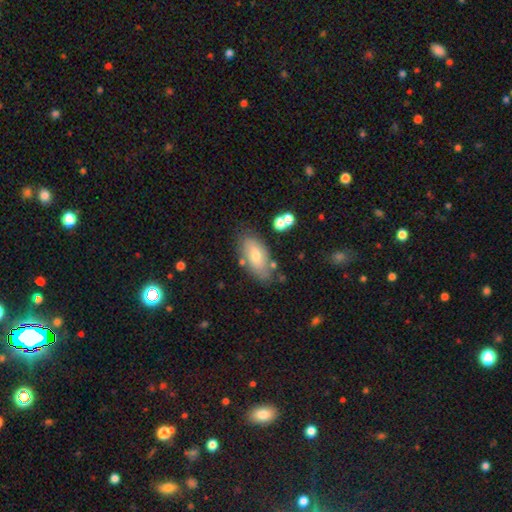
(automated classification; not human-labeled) This is likely a smooth galaxy (68%). How rounded: clearly in between (89%). Merging: likely none (74%).